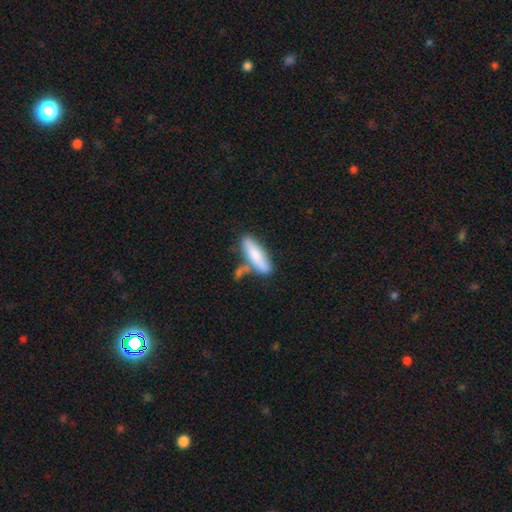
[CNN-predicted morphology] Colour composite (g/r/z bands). It shows a smooth galaxy with no disk features (79%) that is cigar-shaped (58%). Merging: none (56%).